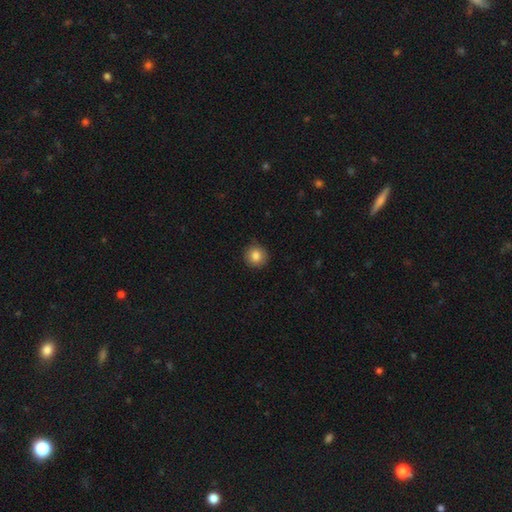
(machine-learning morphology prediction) A smooth galaxy with no disk features (83%) that is round (93%). Merging: none (88%).